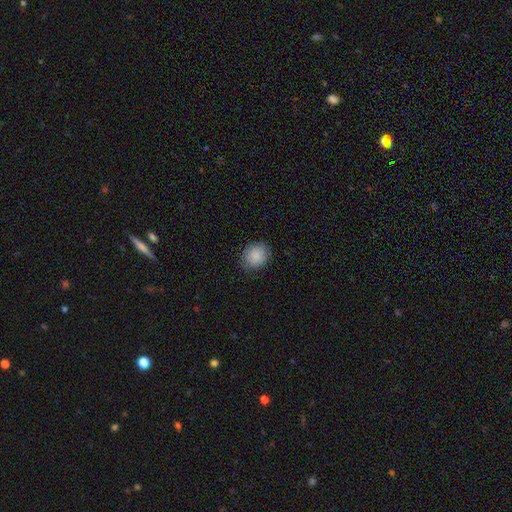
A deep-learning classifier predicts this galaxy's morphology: Q: Smooth or featured?
A: smooth (88%); runner-up: star or artifact (7%)
Q: How rounded?
A: round (68%); runner-up: in between (31%)
Q: Merging?
A: none (84%); runner-up: minor disturbance (12%)